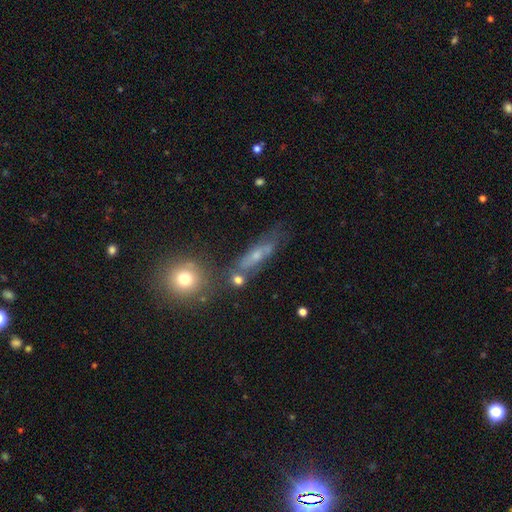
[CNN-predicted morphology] featured or disk 49%, smooth 35%, star or artifact 17%. Down the decision tree: merging — none (60%).